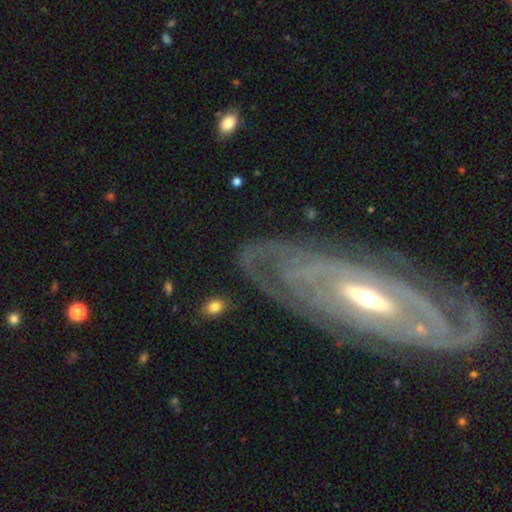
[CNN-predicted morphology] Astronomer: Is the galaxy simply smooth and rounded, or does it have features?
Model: featured or disk — 74%.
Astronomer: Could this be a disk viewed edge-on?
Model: no — 81%.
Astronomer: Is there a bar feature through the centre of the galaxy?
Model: no — 44% (runner-up: strong, 29%).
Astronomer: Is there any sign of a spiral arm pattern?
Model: yes — 63%.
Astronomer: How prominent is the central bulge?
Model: moderate — 56%.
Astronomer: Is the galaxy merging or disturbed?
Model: none — 66%.